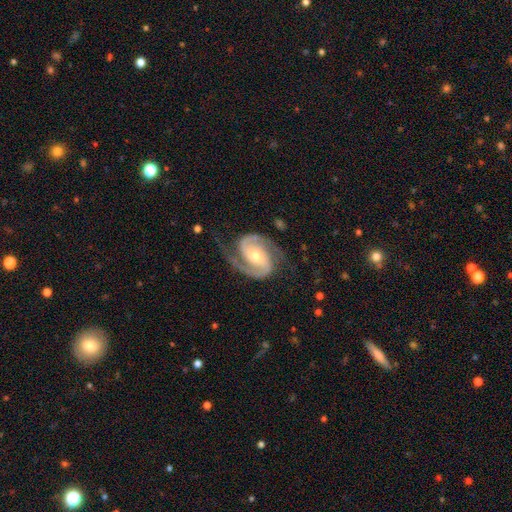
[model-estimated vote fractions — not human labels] A featured or disk galaxy (93%) with no bar (50%), 2 (93%) medium (56%) spiral arms (98%) and a moderate central bulge (54%). Merging: none (74%).